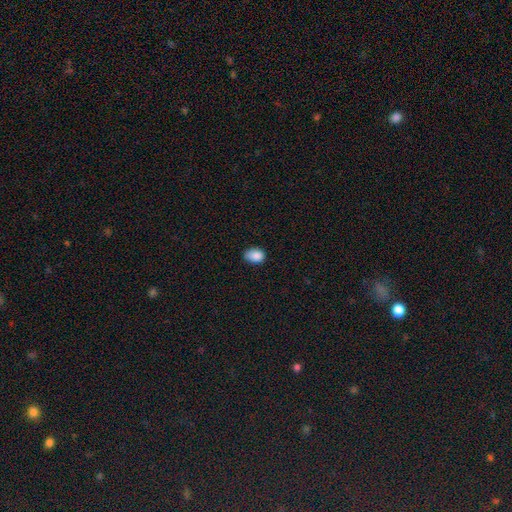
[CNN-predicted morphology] Smooth or featured? Predicted: smooth (p=0.87). How rounded? Predicted: in between (p=0.74). Merging? Predicted: none (p=0.67).